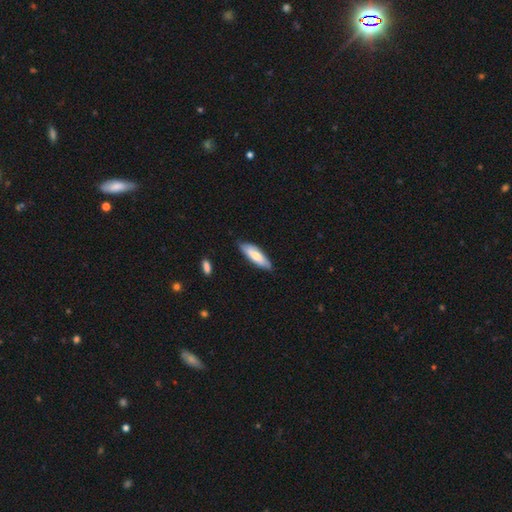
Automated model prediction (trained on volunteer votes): Smooth or featured? Predicted: smooth (p=0.65). How rounded? Predicted: in between (p=0.51). Merging? Predicted: none (p=0.79).